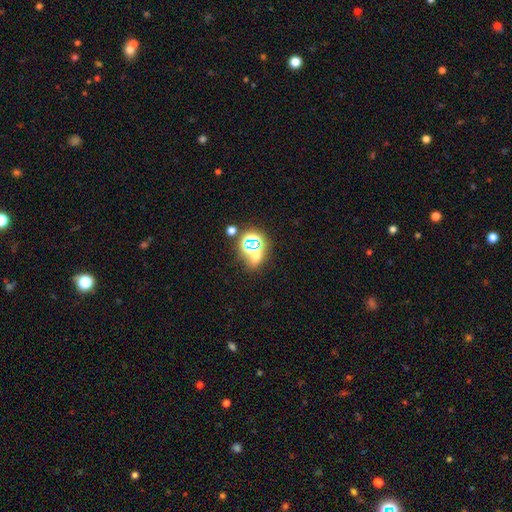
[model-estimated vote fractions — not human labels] A star or artifact, not a galaxy (47%).

Vote fractions:
- Smooth or featured? star or artifact: 47% / smooth: 41% / featured or disk: 12%